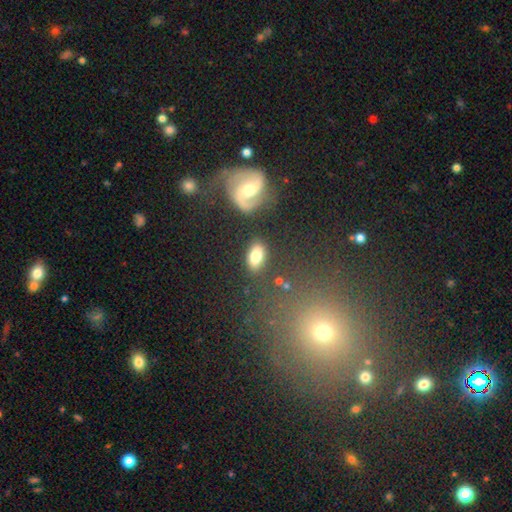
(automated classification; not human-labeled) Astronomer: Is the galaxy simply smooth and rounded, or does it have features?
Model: smooth — 79%.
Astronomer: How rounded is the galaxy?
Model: in between — 90%.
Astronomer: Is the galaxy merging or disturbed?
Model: none — 78%.